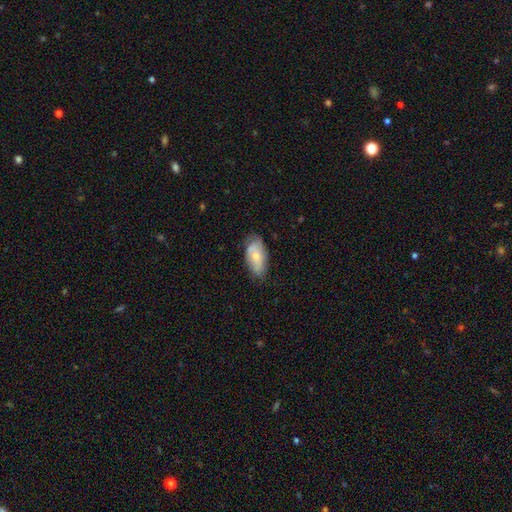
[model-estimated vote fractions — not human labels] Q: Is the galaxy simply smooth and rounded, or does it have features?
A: smooth — 61%.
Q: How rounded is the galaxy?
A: in between — 91%.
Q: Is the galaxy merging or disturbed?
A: none — 64%.